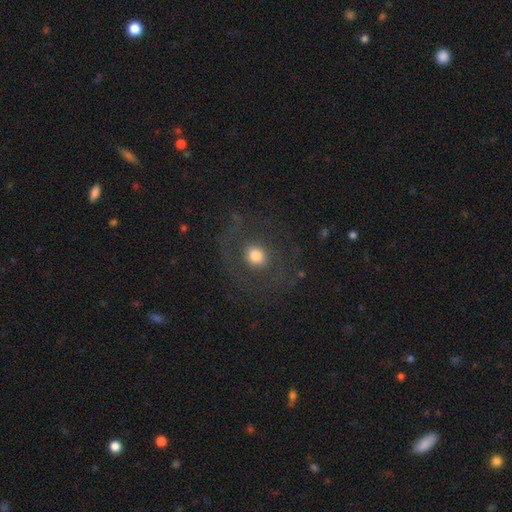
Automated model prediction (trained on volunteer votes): smooth_or_featured: smooth (p=0.49) [alt: featured or disk p=0.39]
merging: none (p=0.67) [alt: major disturbance p=0.17]